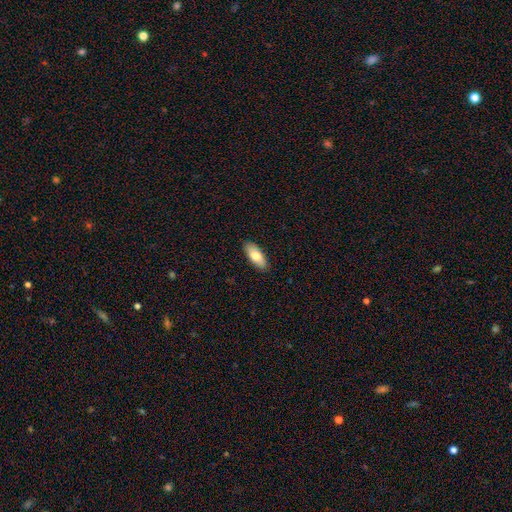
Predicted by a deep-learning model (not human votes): Morphology: type=smooth (78%); roundness=in between (80%); merging=none (89%).